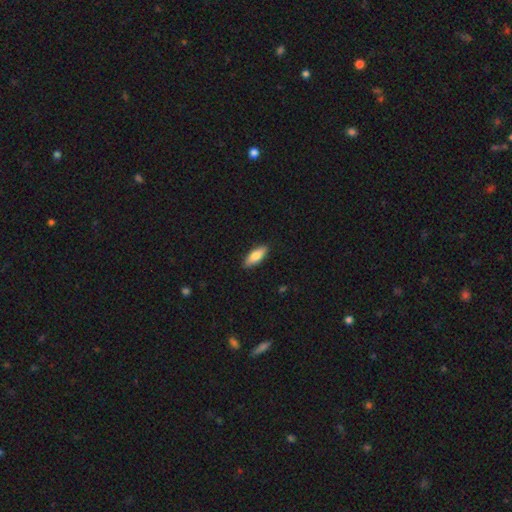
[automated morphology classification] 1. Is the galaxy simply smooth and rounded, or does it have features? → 78% smooth, 16% featured or disk, 6% star or artifact.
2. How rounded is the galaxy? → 70% in between, 28% cigar-shaped, 2% round.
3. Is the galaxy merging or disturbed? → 87% none, 10% minor disturbance, 2% major disturbance, 1% merger.